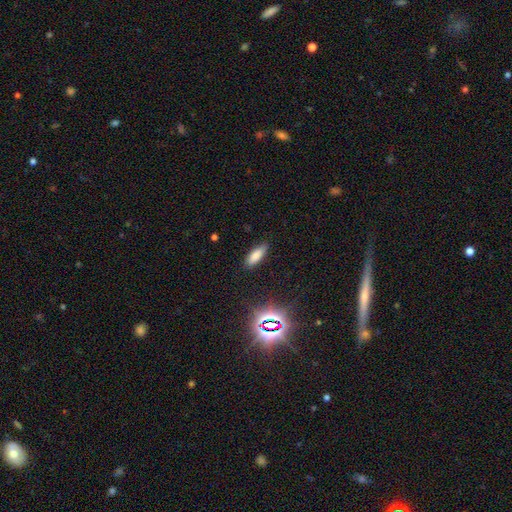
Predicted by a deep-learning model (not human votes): Smooth or featured? smooth (79%)
How rounded? in between (63%)
Merging? none (86%)